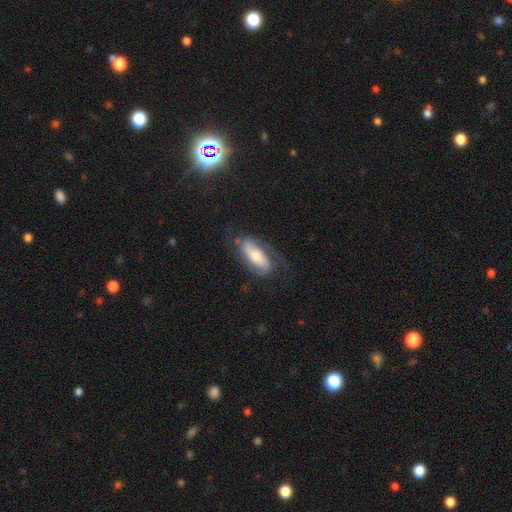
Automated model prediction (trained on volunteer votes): featured or disk 52%, smooth 41%, star or artifact 7%. Down the decision tree: edge-on disk — no (83%); merging — none (61%).